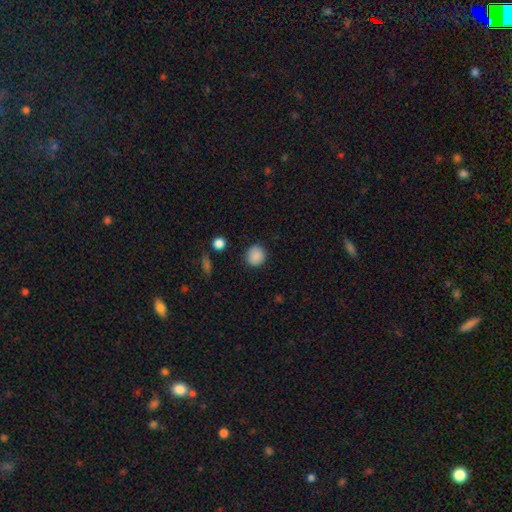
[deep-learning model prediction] Smooth or featured? smooth (87%)
How rounded? round (84%)
Merging? none (86%)